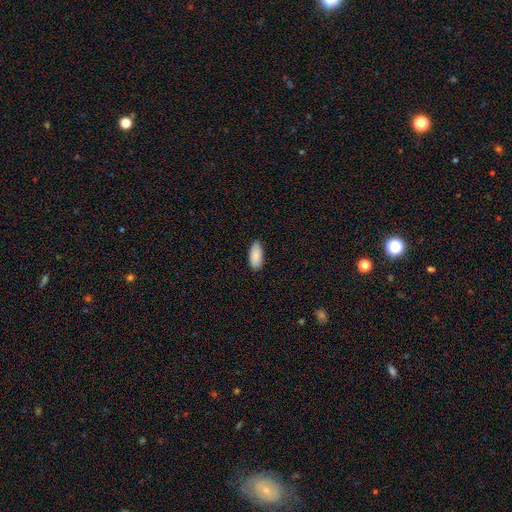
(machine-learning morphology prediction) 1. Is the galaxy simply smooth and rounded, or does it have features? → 89% smooth, 6% star or artifact, 5% featured or disk.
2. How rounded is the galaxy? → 91% in between, 8% cigar-shaped, 2% round.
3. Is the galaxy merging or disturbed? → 86% none, 11% minor disturbance, 2% major disturbance, 1% merger.